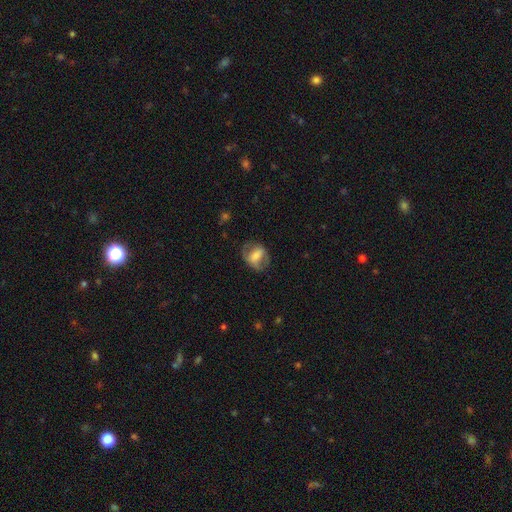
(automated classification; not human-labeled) Q: Smooth or featured?
A: smooth (48%); runner-up: featured or disk (44%)
Q: Merging?
A: none (59%); runner-up: minor disturbance (22%)